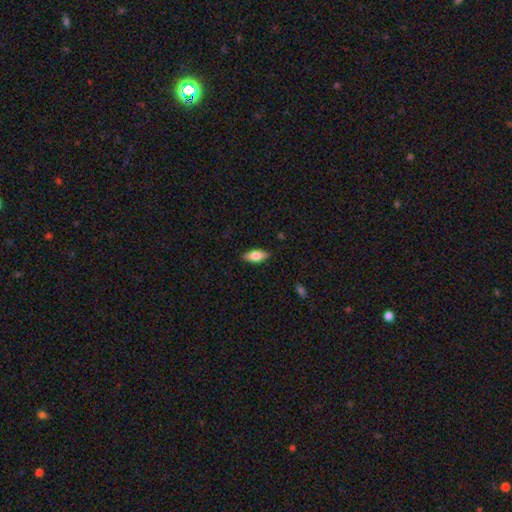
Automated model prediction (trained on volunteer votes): smooth 74%, featured or disk 20%, star or artifact 6%. Down the decision tree: how rounded — in between (83%); merging — none (87%).